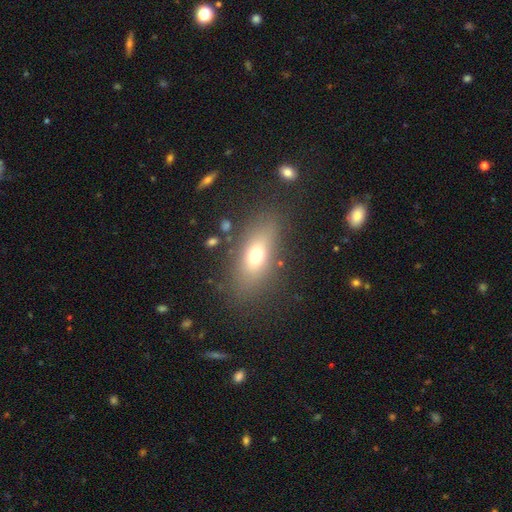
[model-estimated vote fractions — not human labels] Smooth or featured?
  - smooth: 66% *
  - featured or disk: 21%
  - star or artifact: 13%
How rounded?
  - in between: 72% *
  - cigar-shaped: 16%
  - round: 12%
Merging?
  - none: 80% *
  - minor disturbance: 11%
  - major disturbance: 6%
  - merger: 2%